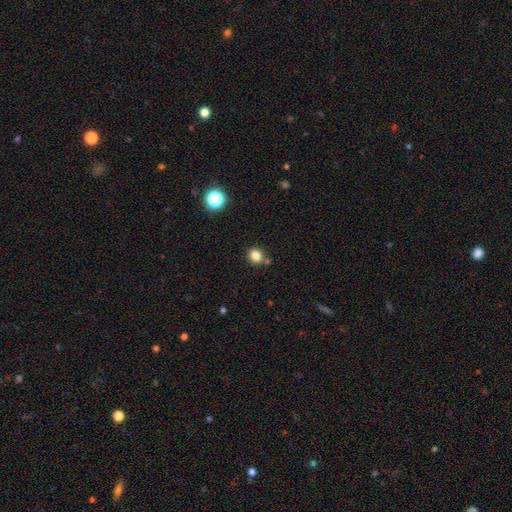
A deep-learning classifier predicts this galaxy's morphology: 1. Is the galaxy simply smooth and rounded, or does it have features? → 82% smooth, 13% star or artifact, 5% featured or disk.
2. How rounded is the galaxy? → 85% round, 14% in between, 1% cigar-shaped.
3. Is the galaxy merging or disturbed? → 75% none, 12% merger, 10% minor disturbance, 3% major disturbance.